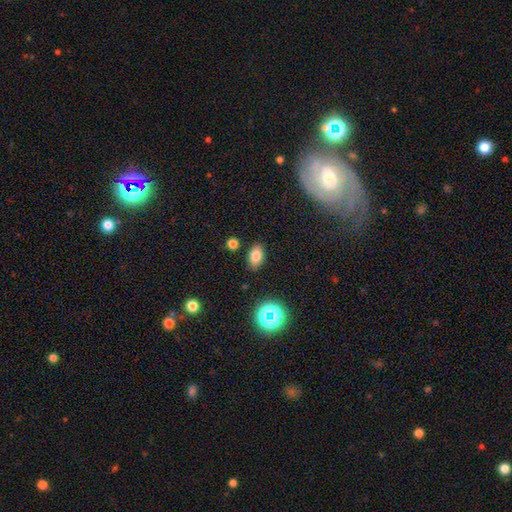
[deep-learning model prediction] Smooth or featured? smooth (78%)
How rounded? in between (86%)
Merging? none (85%)